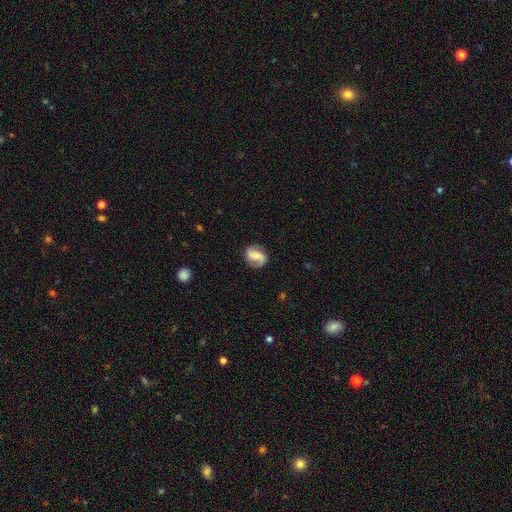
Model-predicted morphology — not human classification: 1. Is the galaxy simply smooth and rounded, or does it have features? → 70% featured or disk, 23% smooth, 7% star or artifact.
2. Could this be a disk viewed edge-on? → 98% no, 2% yes.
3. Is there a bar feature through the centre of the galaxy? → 42% weak, 33% no, 25% strong.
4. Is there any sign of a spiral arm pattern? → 94% yes, 6% no.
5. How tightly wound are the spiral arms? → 41% loose, 40% medium, 19% tight.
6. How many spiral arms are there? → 87% 2, 6% 1, 4% can't tell, 1% 3, 1% 4, 1% more than 4.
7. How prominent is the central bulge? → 33% small (tied), 33% moderate (tied), 21% none, 10% large, 3% dominant.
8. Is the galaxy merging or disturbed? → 80% none, 14% minor disturbance, 5% major disturbance, 1% merger.